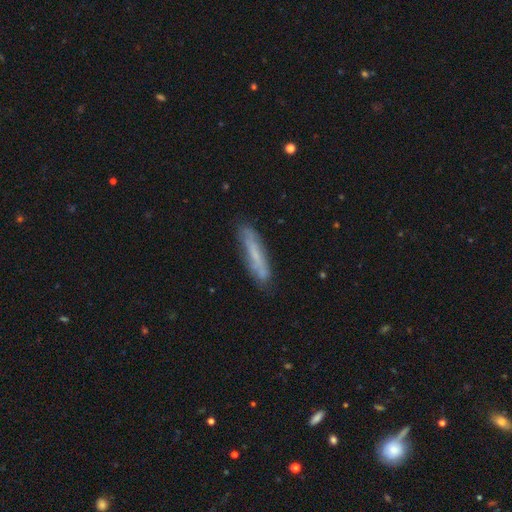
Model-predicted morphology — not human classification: Overall: smooth (50%; featured or disk 42%). How rounded: cigar-shaped (87%). Merging: none (78%).